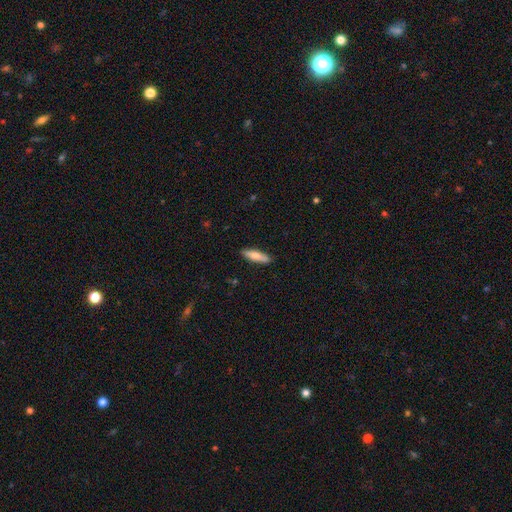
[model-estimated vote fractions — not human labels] Morphology: type=smooth (79%); roundness=cigar-shaped (68%); merging=none (87%).